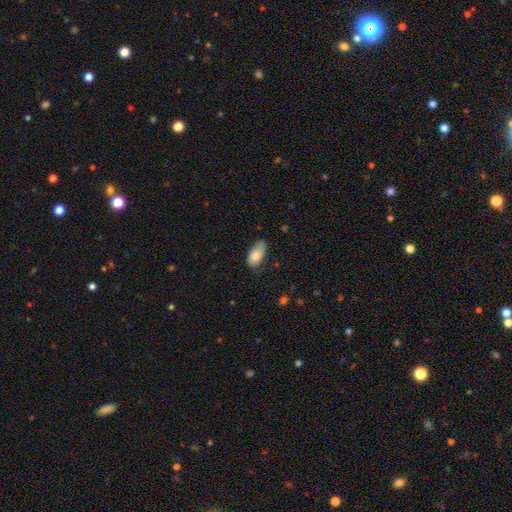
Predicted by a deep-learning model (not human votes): Smooth or featured? smooth (81%)
How rounded? in between (92%)
Merging? none (52%)